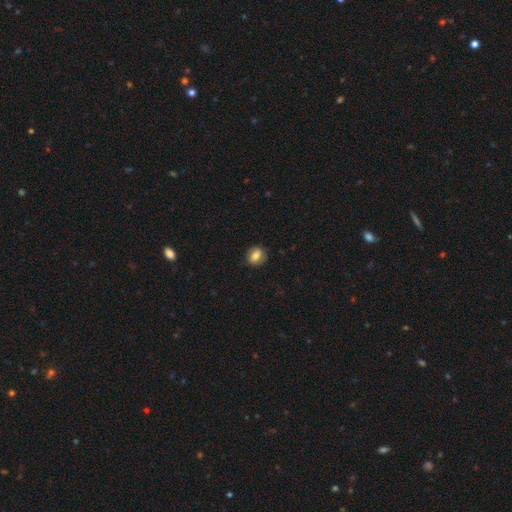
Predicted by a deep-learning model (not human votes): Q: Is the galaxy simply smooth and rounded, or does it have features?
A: smooth — 63%.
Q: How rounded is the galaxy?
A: round — 57%.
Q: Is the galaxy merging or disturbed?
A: none — 81%.